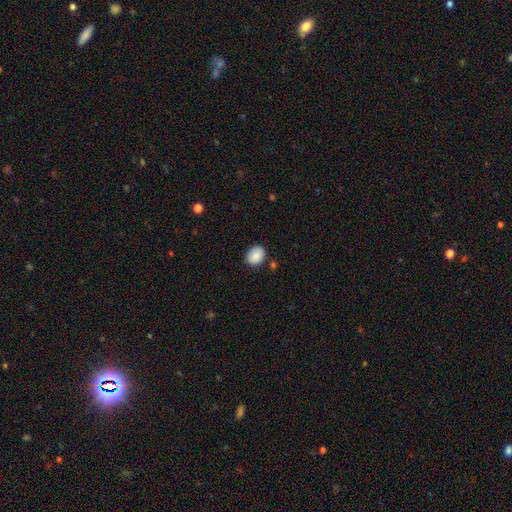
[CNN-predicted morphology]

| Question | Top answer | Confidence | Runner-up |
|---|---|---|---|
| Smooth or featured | smooth | 87% | star or artifact (8%) |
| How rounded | round | 52% | in between (47%) |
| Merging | none | 81% | minor disturbance (13%) |